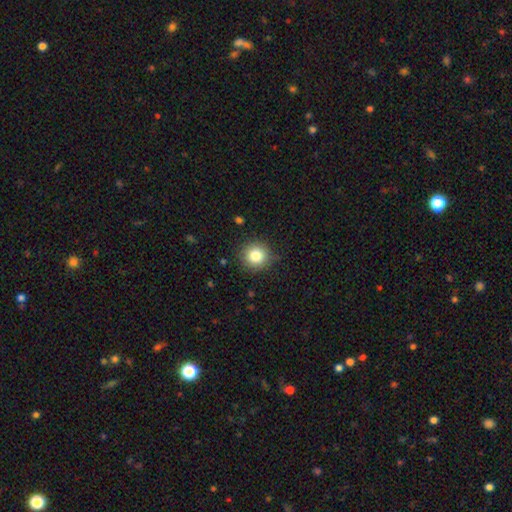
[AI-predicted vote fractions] smooth_or_featured: smooth (p=0.82) [alt: star or artifact p=0.11]
how_rounded: round (p=0.92) [alt: in between p=0.07]
merging: none (p=0.87) [alt: minor disturbance p=0.09]